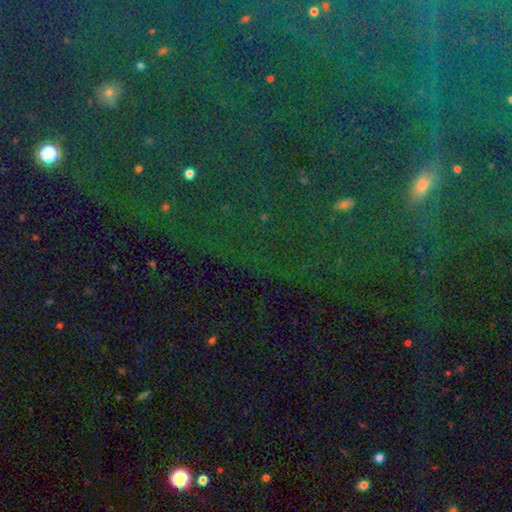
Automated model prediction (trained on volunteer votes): Q: Smooth or featured?
A: star or artifact (81%); runner-up: smooth (10%)